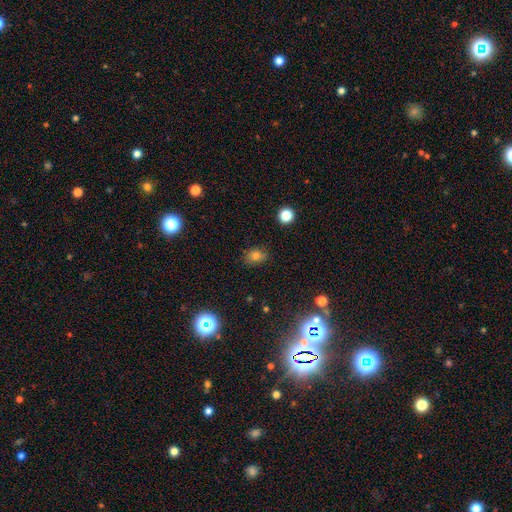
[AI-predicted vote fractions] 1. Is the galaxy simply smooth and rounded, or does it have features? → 75% smooth, 17% star or artifact, 8% featured or disk.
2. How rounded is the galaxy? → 60% in between, 38% round, 1% cigar-shaped.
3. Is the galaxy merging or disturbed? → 76% none, 18% minor disturbance, 4% major disturbance, 2% merger.